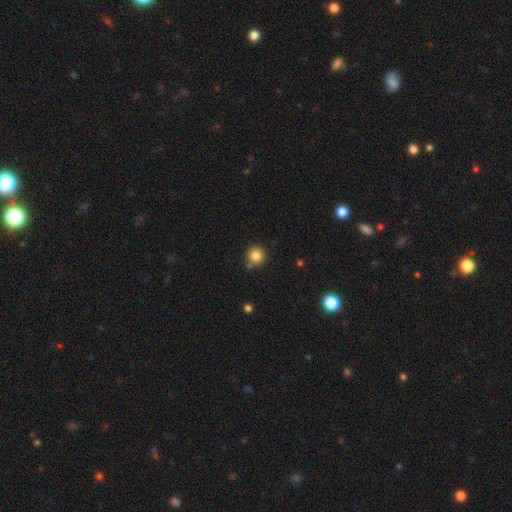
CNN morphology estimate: A smooth galaxy with no disk features (83%) that is round (94%).

Vote fractions:
- Smooth or featured? smooth: 83% / star or artifact: 11% / featured or disk: 6%
- How rounded? round: 94% / in between: 5% / cigar-shaped: 1%
- Merging? none: 74% / minor disturbance: 13% / merger: 9% / major disturbance: 3%